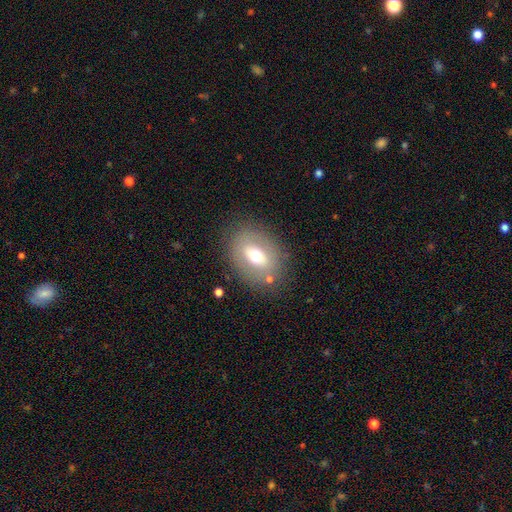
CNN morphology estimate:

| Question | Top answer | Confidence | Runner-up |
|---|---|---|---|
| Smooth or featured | smooth | 51% | featured or disk (39%) |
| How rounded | in between | 73% | round (26%) |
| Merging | none | 80% | minor disturbance (12%) |